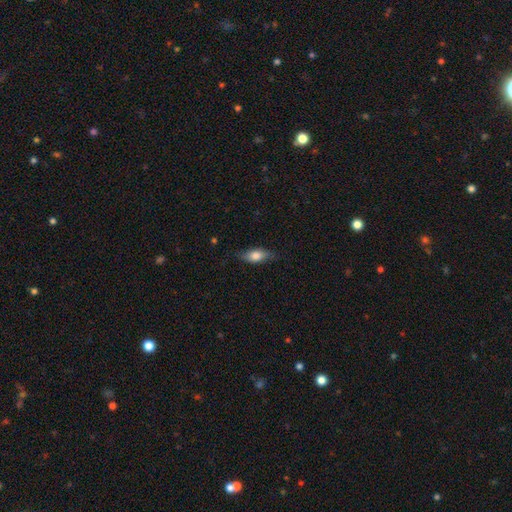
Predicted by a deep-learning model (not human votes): A smooth galaxy with no disk features (73%) that is in between round and cigar-shaped (78%). Merging: none (77%).